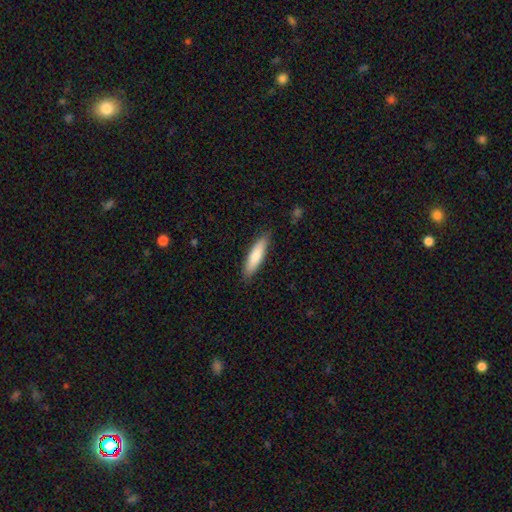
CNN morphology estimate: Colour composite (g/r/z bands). It shows a smooth galaxy with no disk features (79%) that is cigar-shaped (70%). Merging: none (86%).